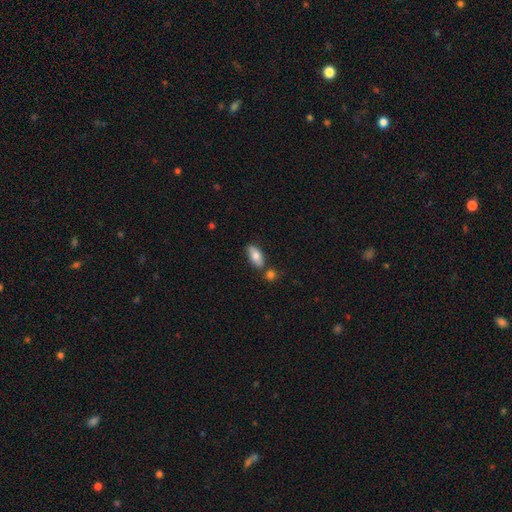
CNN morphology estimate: Smooth or featured?
  - smooth: 74% *
  - featured or disk: 19%
  - star or artifact: 7%
How rounded?
  - in between: 84% *
  - cigar-shaped: 13%
  - round: 3%
Merging?
  - none: 70% *
  - minor disturbance: 14%
  - merger: 13%
  - major disturbance: 3%